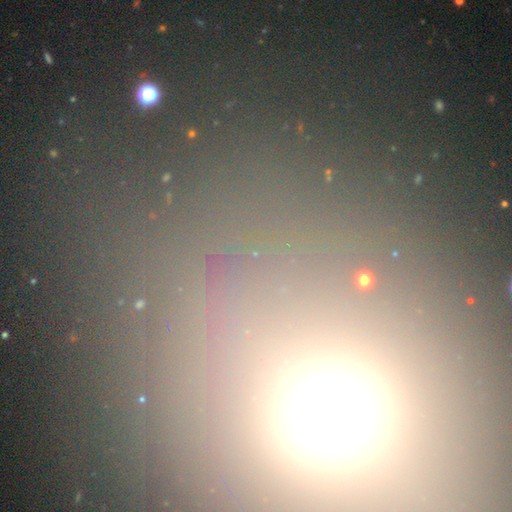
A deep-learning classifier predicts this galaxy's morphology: Q: Smooth or featured?
A: star or artifact (56%); runner-up: smooth (33%)